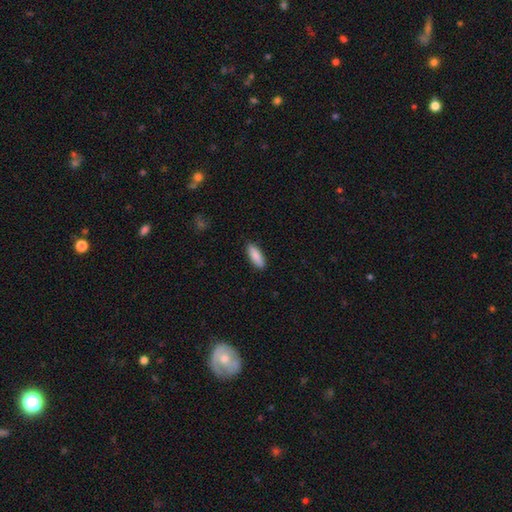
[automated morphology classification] This appears to be a smooth galaxy with no disk features (89%) that is in between round and cigar-shaped (64%). Merging: none (89%).